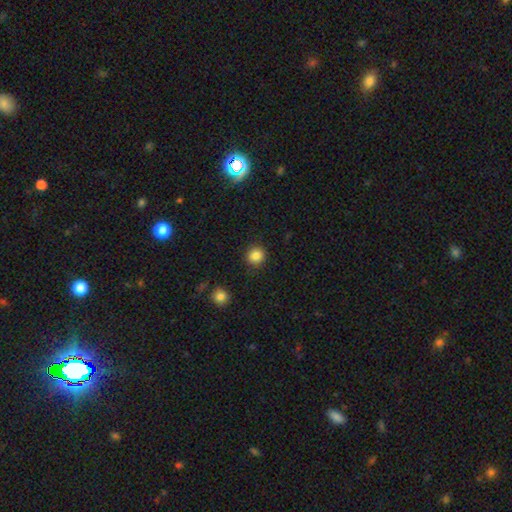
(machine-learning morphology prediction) Smooth or featured? Predicted: smooth (p=0.85). How rounded? Predicted: round (p=0.90). Merging? Predicted: none (p=0.89).